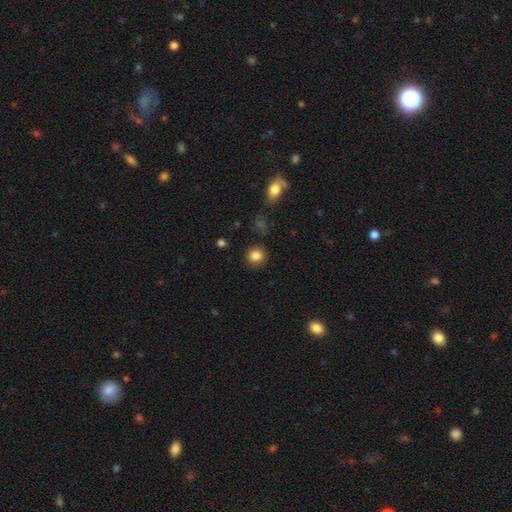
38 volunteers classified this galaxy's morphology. smooth-or-featured: smooth: 92% | star or artifact: 8% | featured or disk: 0%
  how-rounded: round: 86% | in between: 14% | cigar-shaped: 0%
  merging: none: 89% | minor disturbance: 6% | major disturbance: 3% | merger: 3%